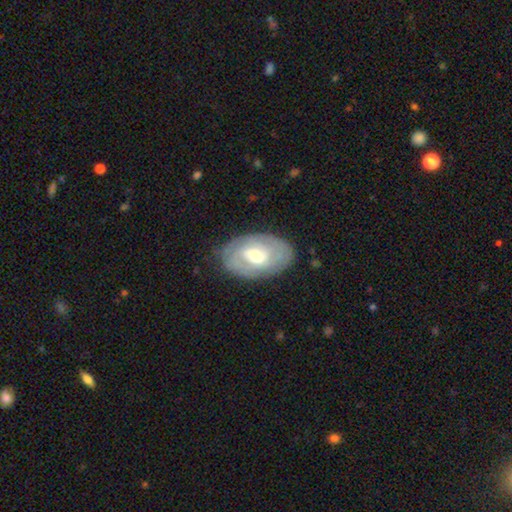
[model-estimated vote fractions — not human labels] smooth_or_featured: featured or disk (p=0.68) [alt: smooth p=0.27]
disk_edge_on: no (p=0.94) [alt: yes p=0.06]
bar: no (p=0.47) [alt: weak p=0.42]
has_spiral_arms: yes (p=0.76) [alt: no p=0.24]
bulge_size: moderate (p=0.64) [alt: small p=0.28]
merging: none (p=0.79) [alt: minor disturbance p=0.16]